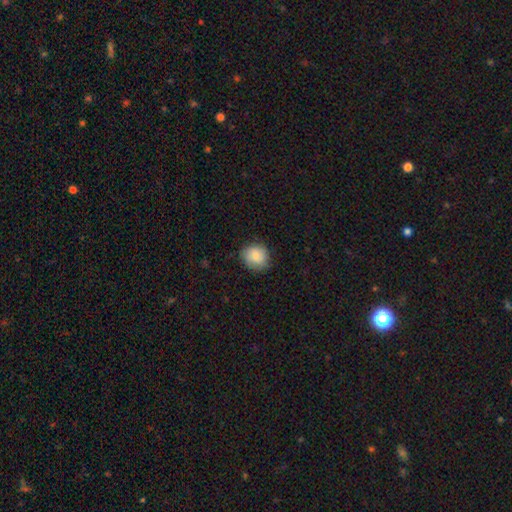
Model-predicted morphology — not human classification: smooth-or-featured: smooth: 82% | featured or disk: 11% | star or artifact: 7%
  how-rounded: round: 79% | in between: 20% | cigar-shaped: 1%
  merging: none: 80% | minor disturbance: 16% | major disturbance: 3% | merger: 1%